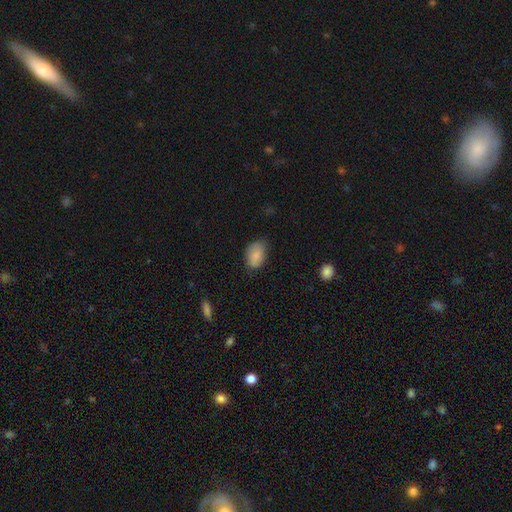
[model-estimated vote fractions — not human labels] This appears to be a smooth galaxy with no disk features (85%) that is in between round and cigar-shaped (86%). Merging: none (66%).